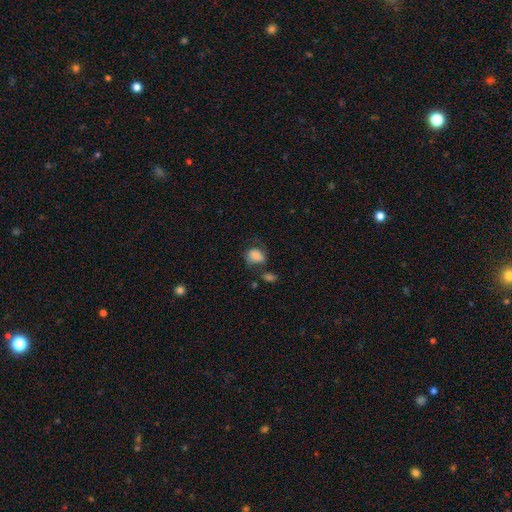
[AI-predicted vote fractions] The model was most divided on "how rounded": in between: 51%, round: 47%, cigar-shaped: 1%. Remaining: smooth or featured — smooth (70%); merging — none (46%).